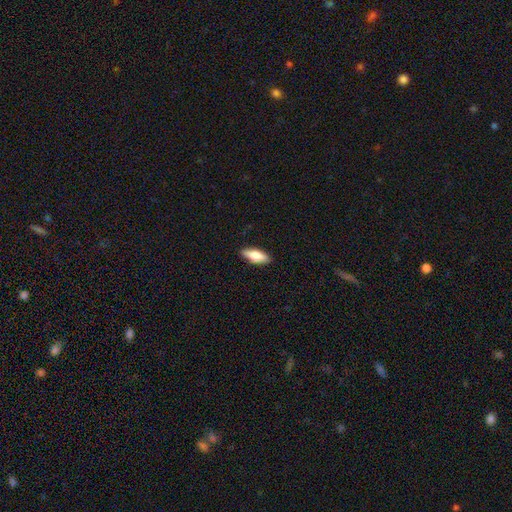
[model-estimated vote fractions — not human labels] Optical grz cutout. It shows a smooth galaxy with no disk features (73%) that is in between round and cigar-shaped (67%). Merging: none (89%).